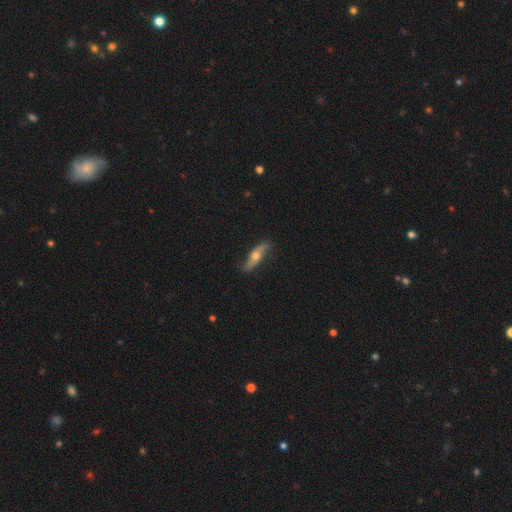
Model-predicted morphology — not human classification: Smooth or featured: featured or disk — 66% (smooth — 29%)
Edge-on disk: yes — 53% (no — 47%)
Merging: none — 80% (minor disturbance — 16%)